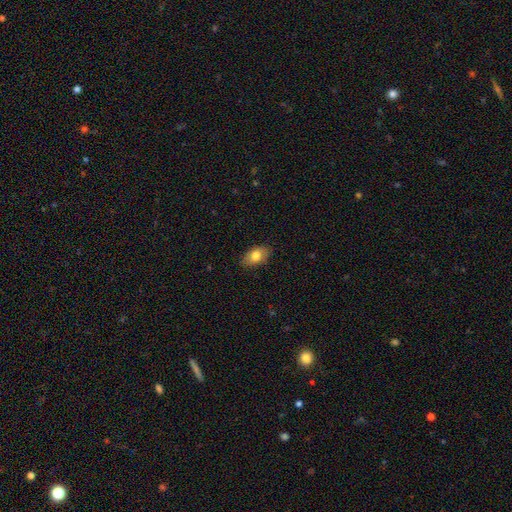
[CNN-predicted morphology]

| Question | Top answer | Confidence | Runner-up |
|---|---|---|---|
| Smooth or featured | smooth | 78% | featured or disk (15%) |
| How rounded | in between | 90% | round (8%) |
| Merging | none | 85% | minor disturbance (12%) |